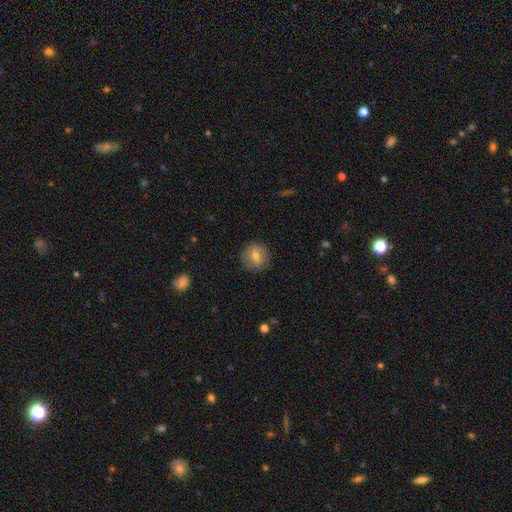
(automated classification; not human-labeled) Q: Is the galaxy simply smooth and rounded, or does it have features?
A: smooth — 66%.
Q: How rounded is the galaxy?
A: round — 87%.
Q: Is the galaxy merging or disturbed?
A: none — 87%.